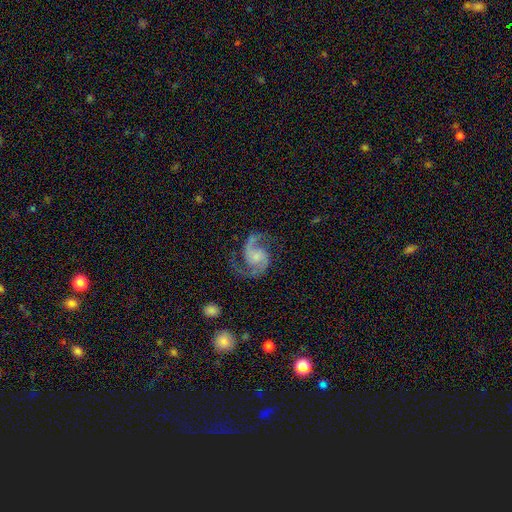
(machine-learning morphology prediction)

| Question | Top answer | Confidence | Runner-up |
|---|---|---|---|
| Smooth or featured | featured or disk | 92% | star or artifact (4%) |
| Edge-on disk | no | 98% | yes (2%) |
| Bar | no | 62% | weak (31%) |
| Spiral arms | yes | 98% | no (2%) |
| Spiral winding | medium | 62% | loose (26%) |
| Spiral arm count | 2 | 94% | 1 (1%) |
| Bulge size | small | 44% | moderate (28%) |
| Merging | none | 78% | minor disturbance (14%) |